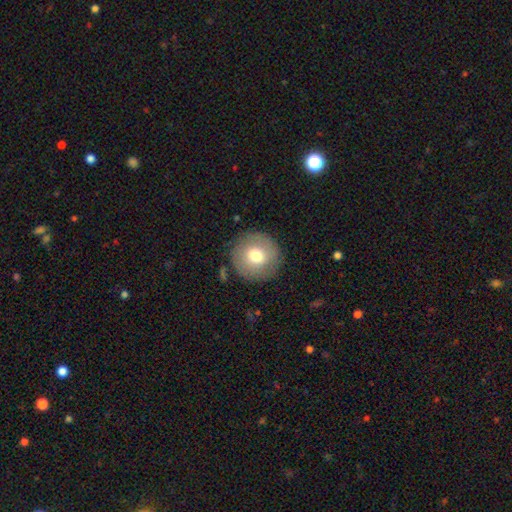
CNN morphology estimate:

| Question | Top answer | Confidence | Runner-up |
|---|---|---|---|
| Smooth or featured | smooth | 72% | featured or disk (20%) |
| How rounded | round | 95% | in between (4%) |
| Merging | none | 86% | minor disturbance (9%) |